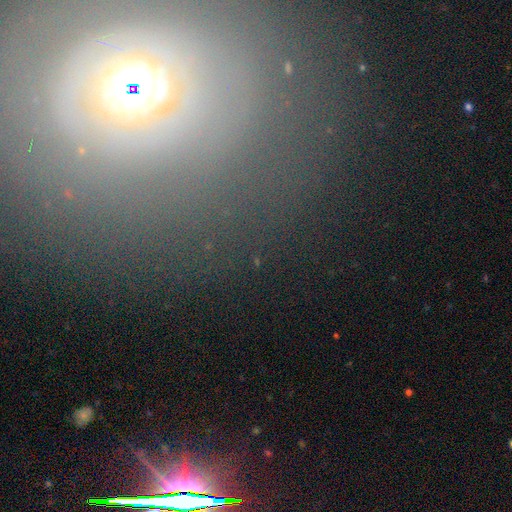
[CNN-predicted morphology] Q: Smooth or featured?
A: star or artifact (45%); runner-up: featured or disk (34%)